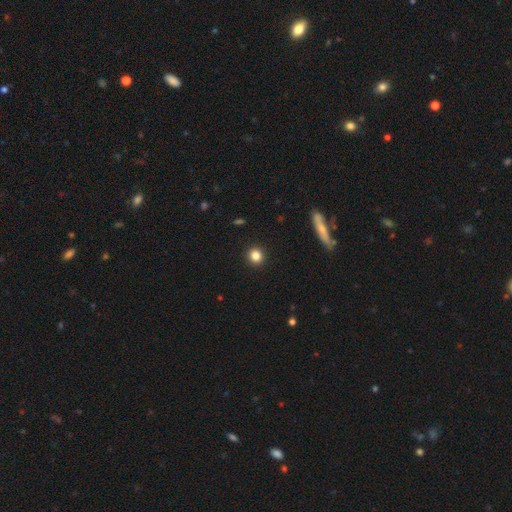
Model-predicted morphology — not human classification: Smooth or featured? Predicted: smooth (p=0.84). How rounded? Predicted: round (p=0.91). Merging? Predicted: none (p=0.93).